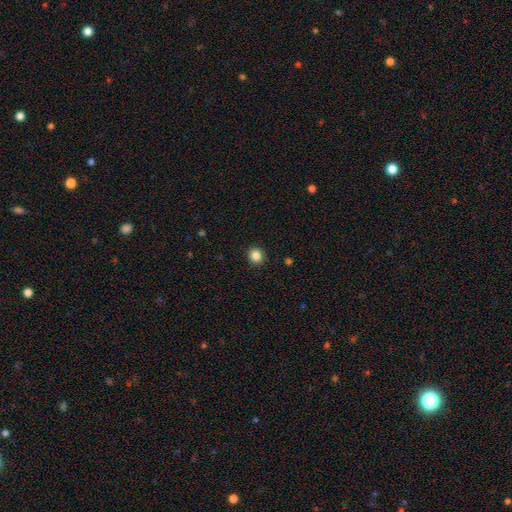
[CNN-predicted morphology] Overall: smooth (85%). How rounded: round (87%). Merging: none (92%).